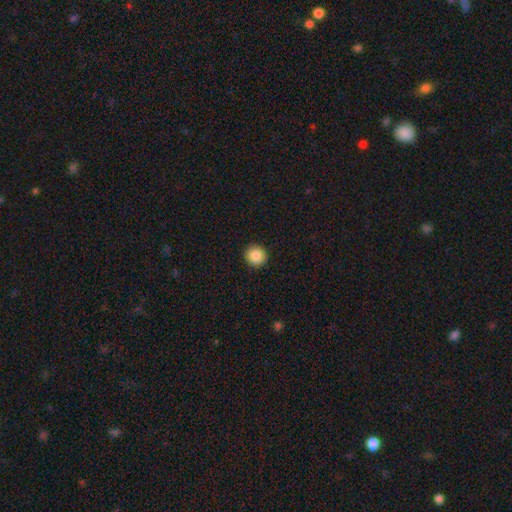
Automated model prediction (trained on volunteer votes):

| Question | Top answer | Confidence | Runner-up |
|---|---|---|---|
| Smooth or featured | smooth | 87% | star or artifact (9%) |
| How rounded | round | 93% | in between (6%) |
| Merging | none | 93% | minor disturbance (5%) |